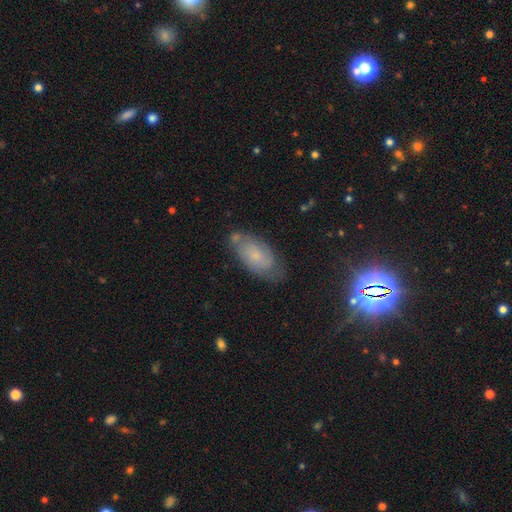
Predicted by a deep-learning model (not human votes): featured or disk 49%, smooth 39%, star or artifact 12%. Down the decision tree: merging — none (65%).